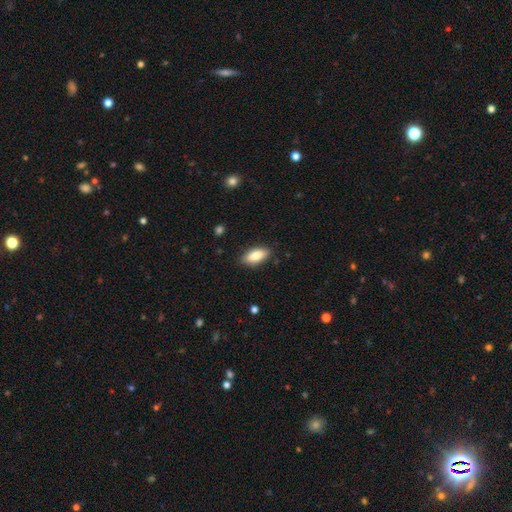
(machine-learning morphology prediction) A smooth galaxy with no disk features (84%) that is in between round and cigar-shaped (85%).

Vote fractions:
- Smooth or featured? smooth: 84% / featured or disk: 9% / star or artifact: 6%
- How rounded? in between: 85% / cigar-shaped: 13% / round: 2%
- Merging? none: 85% / minor disturbance: 12% / major disturbance: 2% / merger: 1%